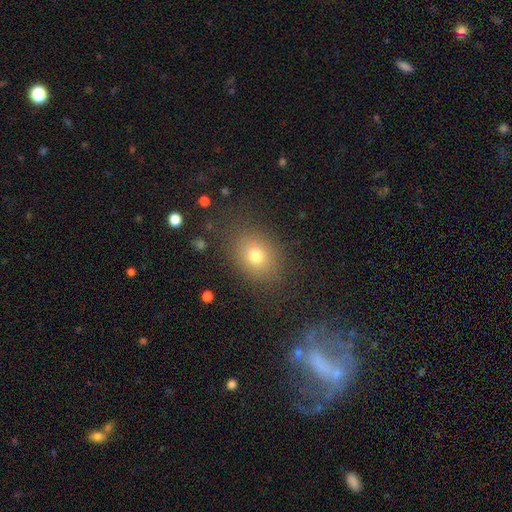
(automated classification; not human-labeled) Morphology: type=smooth (75%); roundness=in between (50%); merging=none (81%).